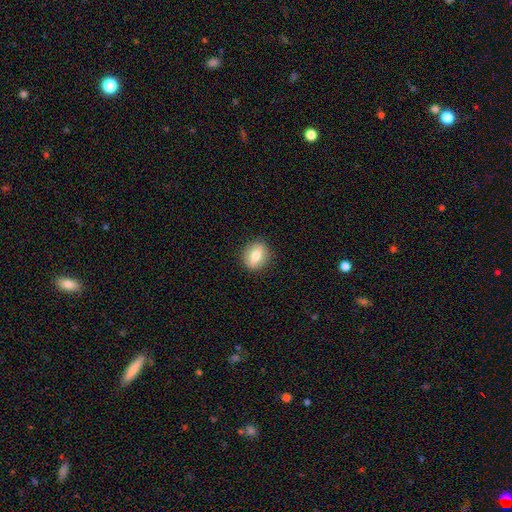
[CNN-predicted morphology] Smooth or featured?
  - smooth: 66% *
  - featured or disk: 26%
  - star or artifact: 8%
How rounded?
  - round: 61% *
  - in between: 37%
  - cigar-shaped: 2%
Merging?
  - none: 88% *
  - minor disturbance: 9%
  - major disturbance: 2%
  - merger: 1%